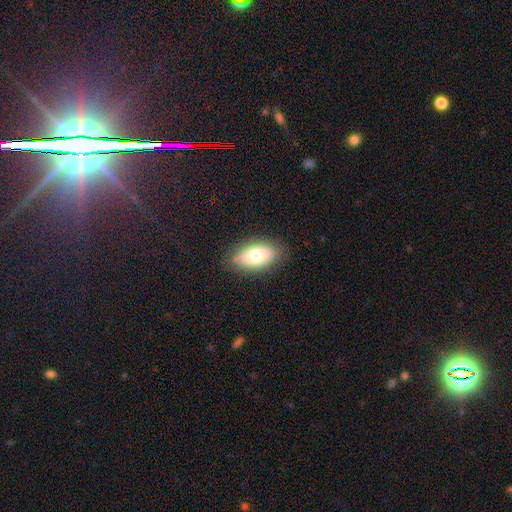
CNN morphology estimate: Q: Smooth or featured?
A: smooth (69%); runner-up: featured or disk (24%)
Q: How rounded?
A: in between (92%); runner-up: round (5%)
Q: Merging?
A: none (81%); runner-up: minor disturbance (15%)